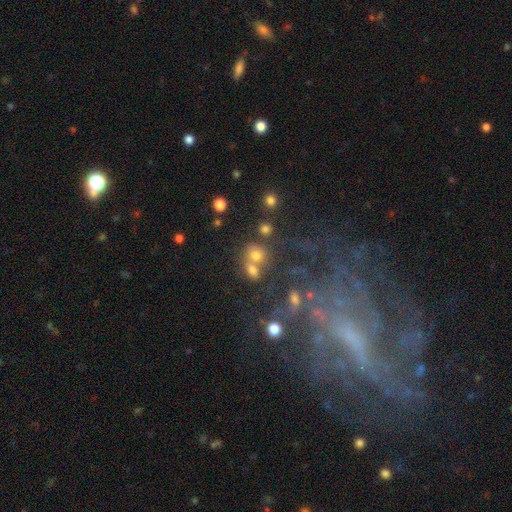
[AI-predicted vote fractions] smooth 66%, star or artifact 19%, featured or disk 15%. Down the decision tree: how rounded — round (65%); merging — none (44%).